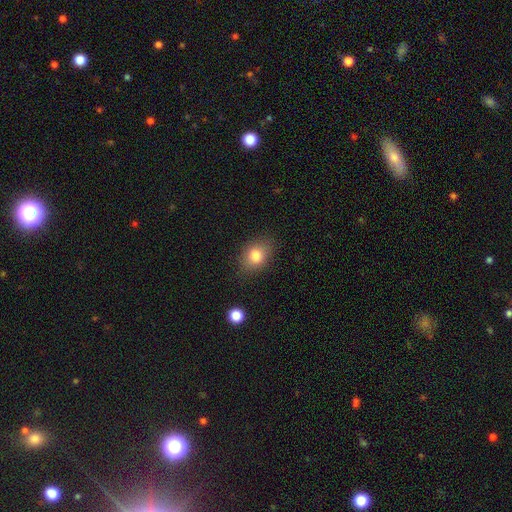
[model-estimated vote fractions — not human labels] Smooth or featured?
  - smooth: 81% *
  - star or artifact: 10%
  - featured or disk: 9%
How rounded?
  - in between: 64% *
  - round: 35%
  - cigar-shaped: 1%
Merging?
  - none: 81% *
  - minor disturbance: 13%
  - major disturbance: 4%
  - merger: 2%